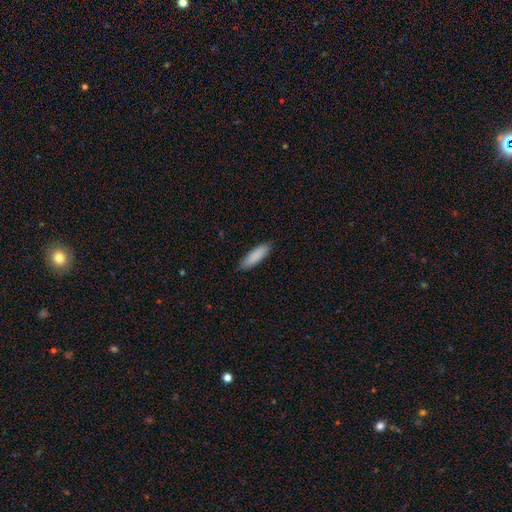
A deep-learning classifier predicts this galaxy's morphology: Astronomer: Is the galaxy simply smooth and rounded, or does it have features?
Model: smooth — 89%.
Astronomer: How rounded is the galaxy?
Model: in between — 50% (runner-up: cigar-shaped, 48%).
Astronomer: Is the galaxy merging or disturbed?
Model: none — 86%.